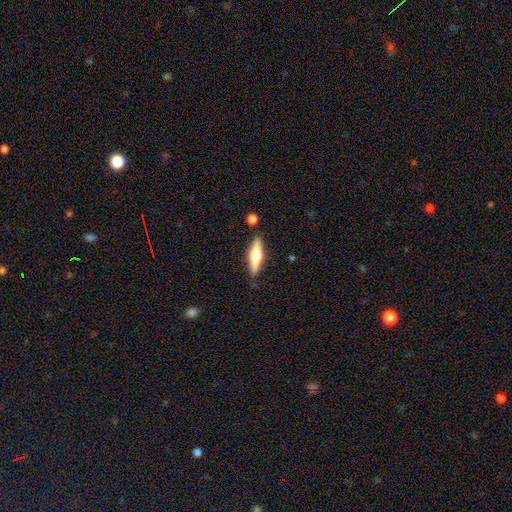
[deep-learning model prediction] smooth_or_featured: featured or disk (p=0.54) [alt: smooth p=0.41]
disk_edge_on: yes (p=0.95) [alt: no p=0.05]
edge_on_bulge: rounded (p=0.91) [alt: boxy p=0.06]
merging: none (p=0.85) [alt: minor disturbance p=0.10]